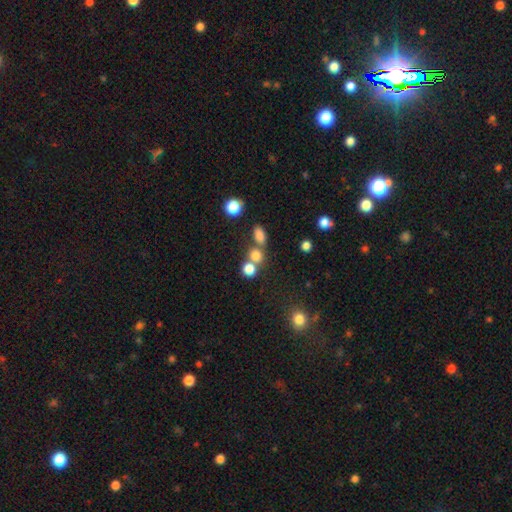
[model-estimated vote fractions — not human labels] A smooth galaxy with no disk features (75%) that is round (74%). Merging: none (51%).